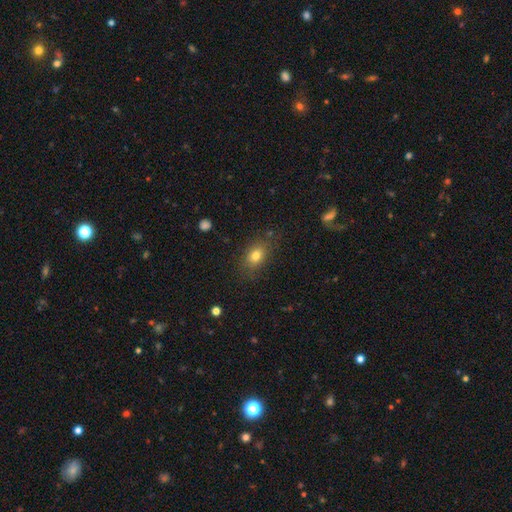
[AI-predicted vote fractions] This appears to be a smooth galaxy with no disk features (78%) that is in between round and cigar-shaped (76%). Merging: none (79%).